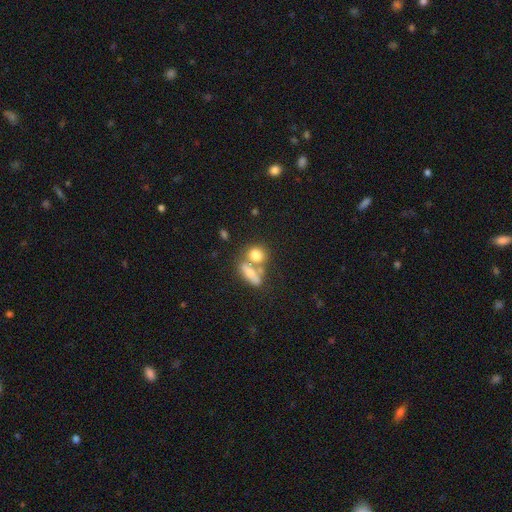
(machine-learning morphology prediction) Smooth or featured? smooth (73%)
How rounded? in between (49%)
Merging? merger (48%)